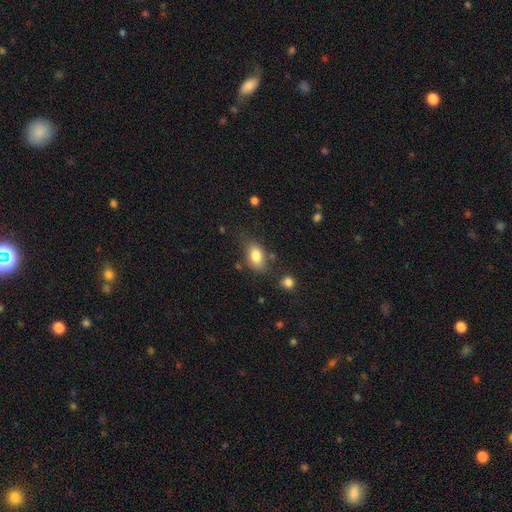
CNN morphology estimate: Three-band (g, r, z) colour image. It shows a smooth galaxy with no disk features (80%) that is in between round and cigar-shaped (83%). Merging: none (67%).